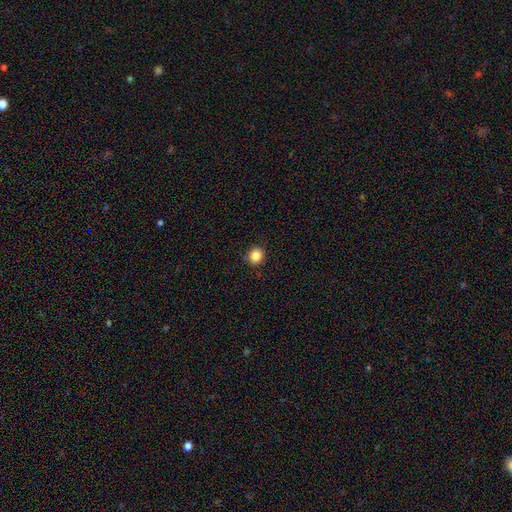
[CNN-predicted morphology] Overall: smooth (86%). How rounded: round (81%). Merging: none (88%).